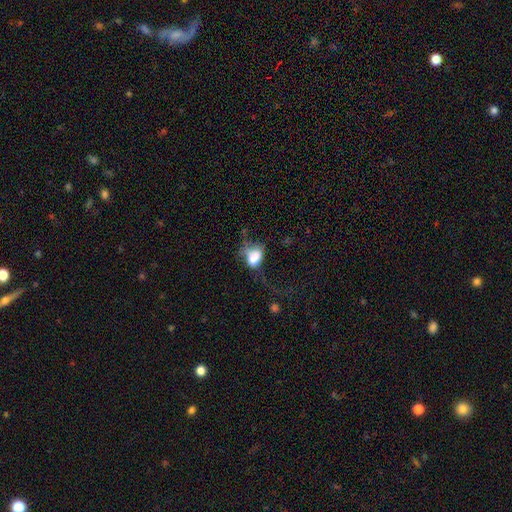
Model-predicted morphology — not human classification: Q: Smooth or featured?
A: smooth (69%); runner-up: featured or disk (20%)
Q: How rounded?
A: in between (80%); runner-up: round (18%)
Q: Merging?
A: major disturbance (49%); runner-up: none (20%)